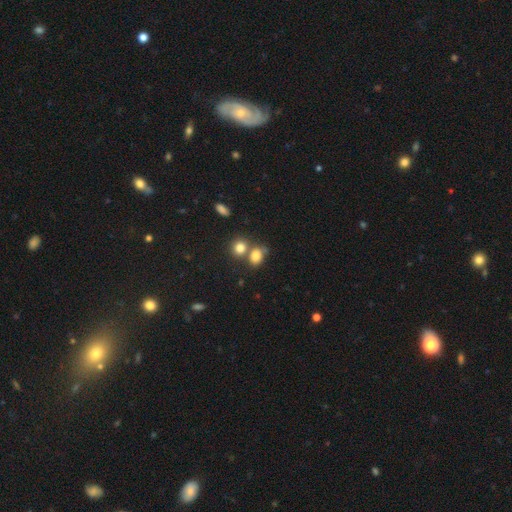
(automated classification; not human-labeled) This is clearly a smooth galaxy (81%). How rounded: possibly in between (55%). Merging: marginally none (44%).